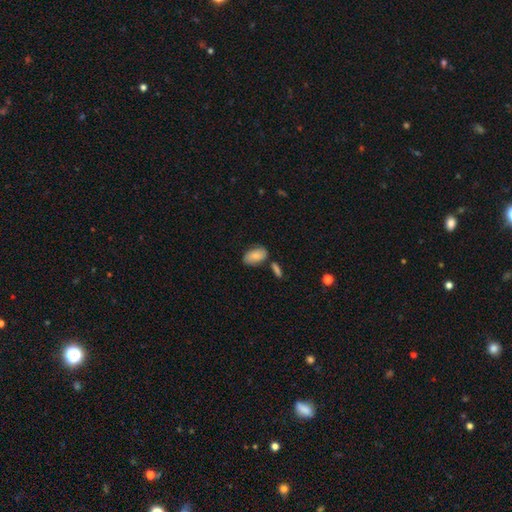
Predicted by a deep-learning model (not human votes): Smooth or featured? Predicted: smooth (p=0.83). How rounded? Predicted: in between (p=0.93). Merging? Predicted: none (p=0.68).